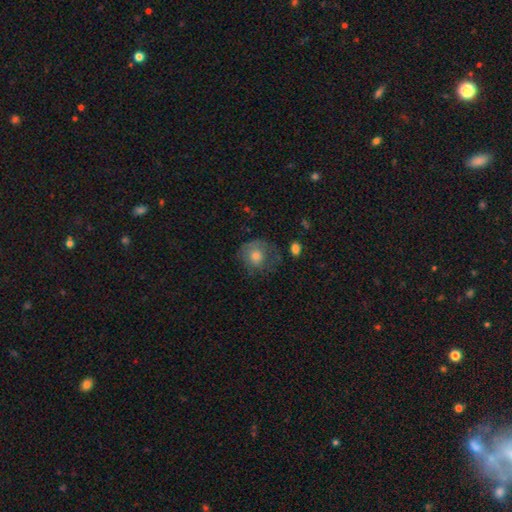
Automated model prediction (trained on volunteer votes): Morphology: type=smooth (60%); roundness=round (82%); merging=none (55%).